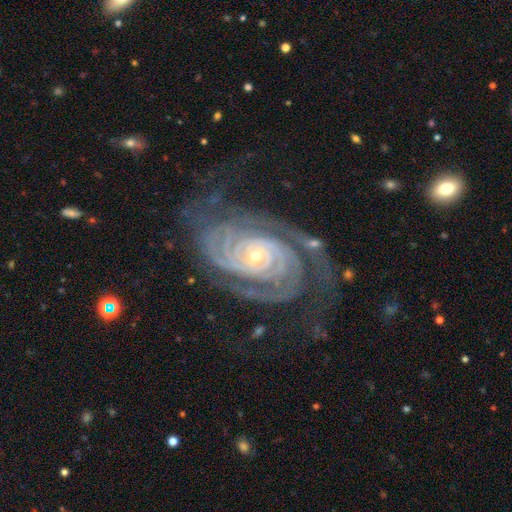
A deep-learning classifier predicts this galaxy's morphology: The model was most divided on "spiral arm count": 2: 47%, 3: 20%, 4: 11%, can't tell: 11%, more than 4: 6%, 1: 5%. More confident: spiral arms — yes (99%); edge-on disk — no (97%); smooth or featured — featured or disk (93%); spiral winding — tight (79%); bulge size — small (75%); merging — none (67%); bar — no (64%).